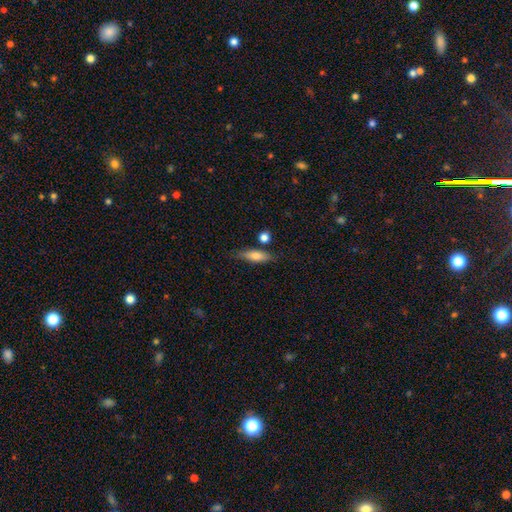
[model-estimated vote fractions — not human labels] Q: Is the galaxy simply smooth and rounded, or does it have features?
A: smooth — 71%.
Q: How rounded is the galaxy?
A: cigar-shaped — 50%.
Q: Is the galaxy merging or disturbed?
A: none — 73%.